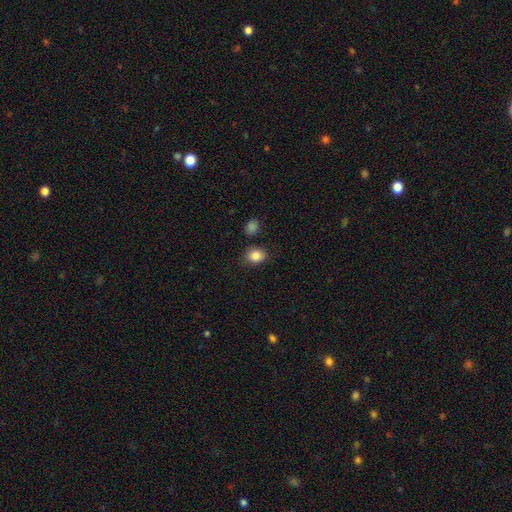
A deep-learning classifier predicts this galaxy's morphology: A smooth galaxy with no disk features (86%) that is round (56%). Merging: none (78%).